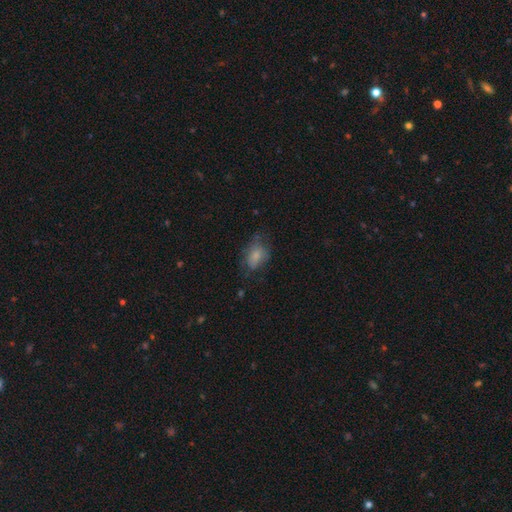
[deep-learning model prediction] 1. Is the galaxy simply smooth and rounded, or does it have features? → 73% smooth, 17% featured or disk, 10% star or artifact.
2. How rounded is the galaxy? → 79% in between, 20% round, 2% cigar-shaped.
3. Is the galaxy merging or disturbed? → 51% none, 29% minor disturbance, 18% major disturbance, 2% merger.